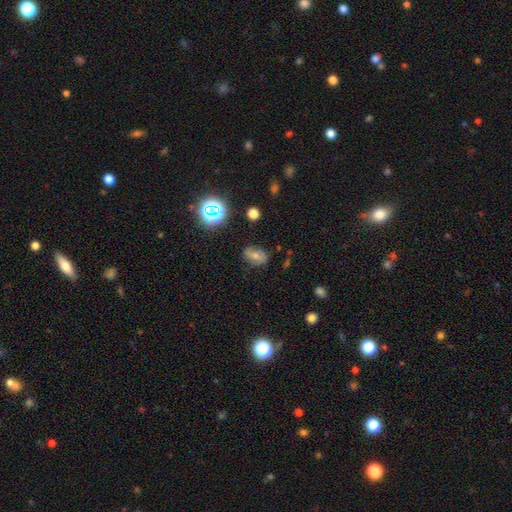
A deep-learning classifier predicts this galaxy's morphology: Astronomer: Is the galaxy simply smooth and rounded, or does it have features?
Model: smooth — 53%.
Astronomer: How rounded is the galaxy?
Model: in between — 71%.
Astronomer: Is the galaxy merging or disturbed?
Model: none — 75%.